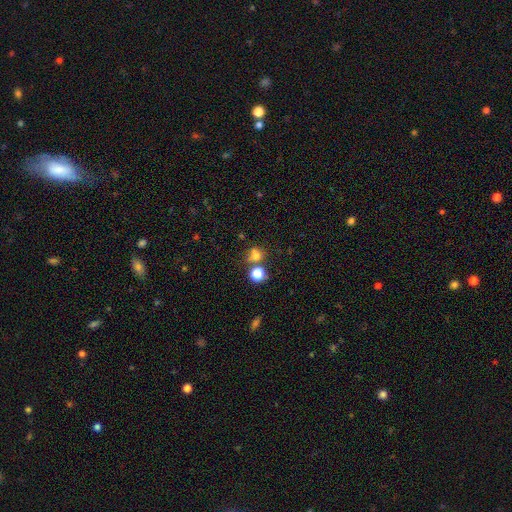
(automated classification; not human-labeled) Smooth or featured?
  - smooth: 66% *
  - star or artifact: 23%
  - featured or disk: 11%
How rounded?
  - round: 77% *
  - in between: 22%
  - cigar-shaped: 1%
Merging?
  - none: 52% *
  - merger: 32%
  - minor disturbance: 10%
  - major disturbance: 6%